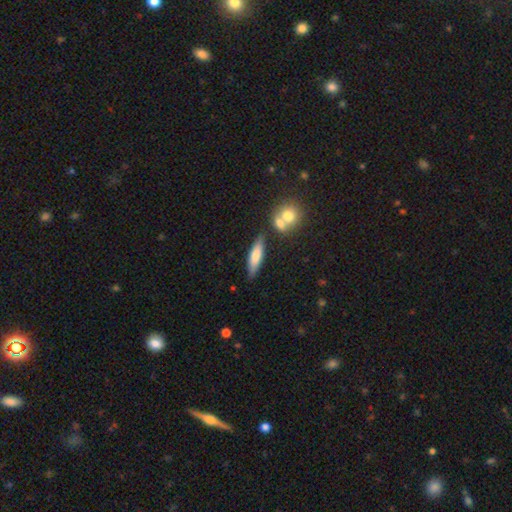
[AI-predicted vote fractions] smooth 72%, featured or disk 22%, star or artifact 7%. Down the decision tree: how rounded — cigar-shaped (63%); merging — none (75%).